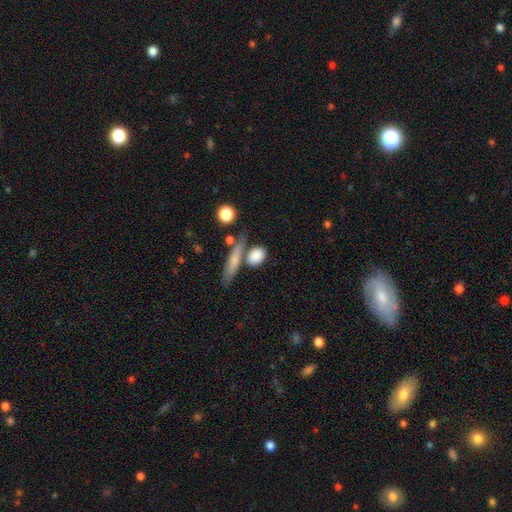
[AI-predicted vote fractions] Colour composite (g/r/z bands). It shows a smooth galaxy with no disk features (82%) that is in between round and cigar-shaped (45%). Merging: none (61%).